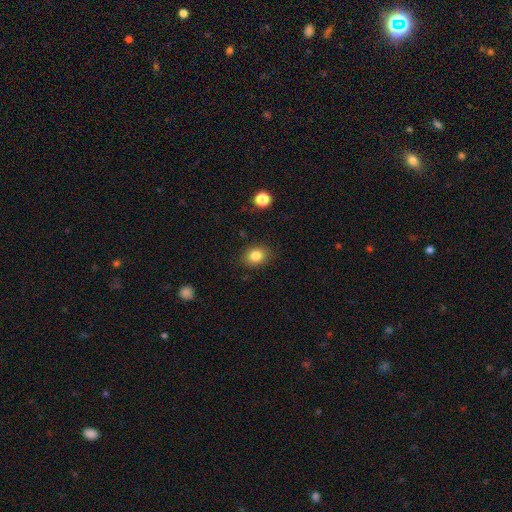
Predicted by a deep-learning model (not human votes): This is clearly a smooth galaxy (83%). How rounded: possibly in between (52%). Merging: clearly none (86%).